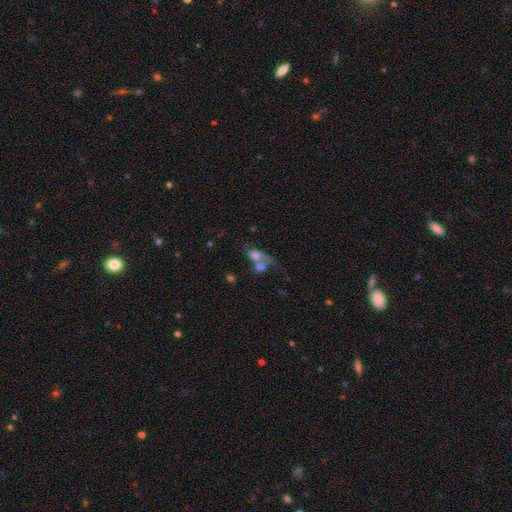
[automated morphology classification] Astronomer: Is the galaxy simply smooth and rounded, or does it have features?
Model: smooth — 55% (runner-up: featured or disk, 32%).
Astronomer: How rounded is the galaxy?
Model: in between — 59%.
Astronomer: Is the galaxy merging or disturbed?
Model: merger — 62%.